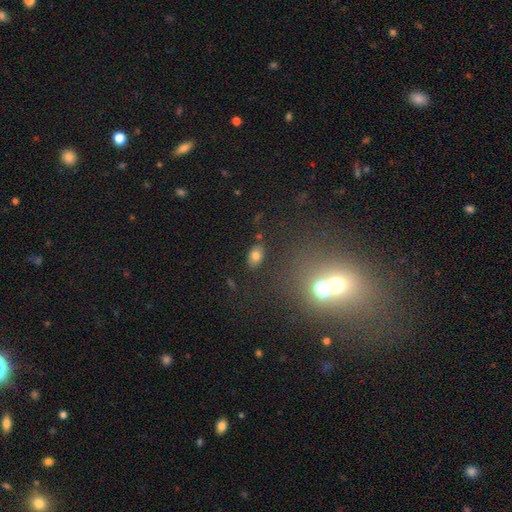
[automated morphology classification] smooth 76%, star or artifact 12%, featured or disk 12%. Down the decision tree: how rounded — in between (86%); merging — none (82%).